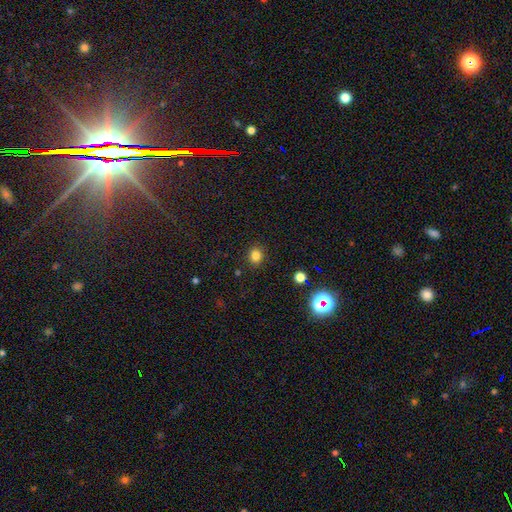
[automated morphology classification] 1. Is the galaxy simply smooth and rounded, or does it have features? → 81% smooth, 14% star or artifact, 5% featured or disk.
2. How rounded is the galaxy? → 79% round, 20% in between, 1% cigar-shaped.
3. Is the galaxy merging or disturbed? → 89% none, 7% minor disturbance, 2% major disturbance, 1% merger.